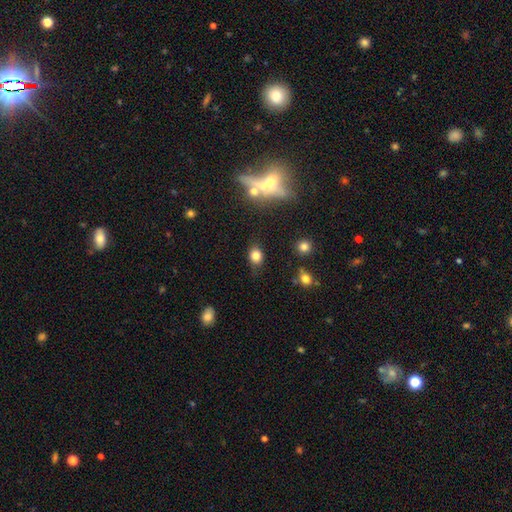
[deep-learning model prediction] This appears to be a smooth galaxy with no disk features (79%) that is in between round and cigar-shaped (52%). Merging: none (78%).